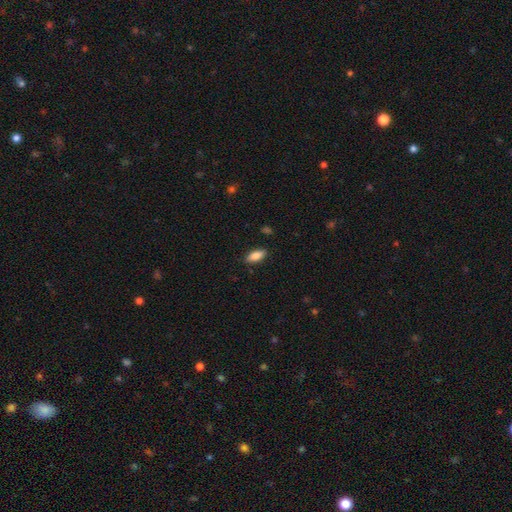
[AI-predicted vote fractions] smooth_or_featured: smooth (p=0.85) [alt: featured or disk p=0.08]
how_rounded: in between (p=0.85) [alt: cigar-shaped p=0.13]
merging: none (p=0.86) [alt: minor disturbance p=0.10]